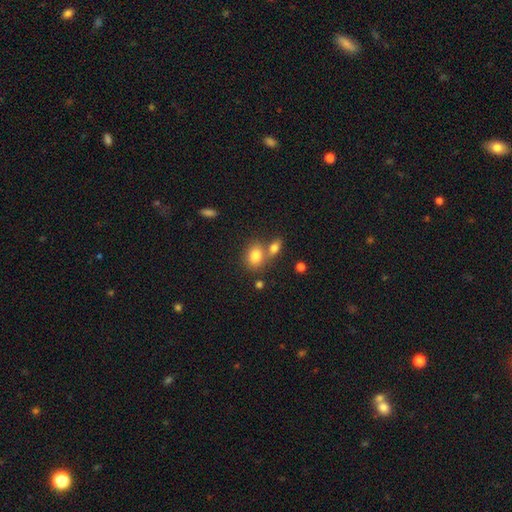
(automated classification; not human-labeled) Smooth or featured? smooth (81%)
How rounded? in between (57%)
Merging? none (48%)